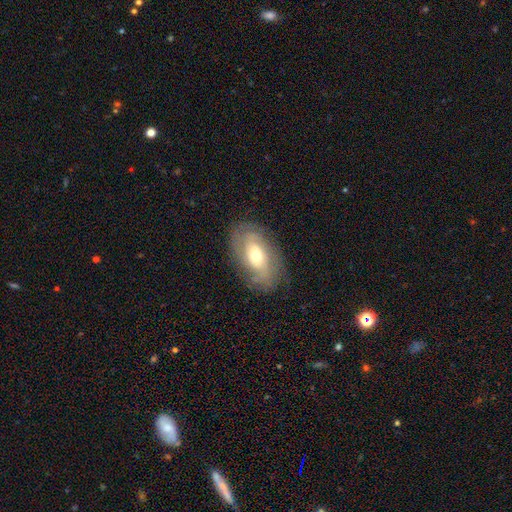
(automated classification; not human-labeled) This is likely a featured or disk galaxy (61%). It is clearly not viewed edge-on (91%). Bar: likely no (64%). Spiral arm pattern: likely yes (73%). Central bulge: possibly moderate (56%). Merging: likely none (78%).